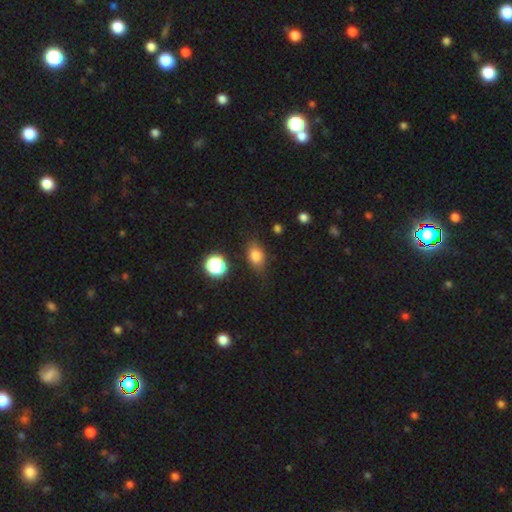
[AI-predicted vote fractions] Smooth or featured?
  - smooth: 79% *
  - star or artifact: 12%
  - featured or disk: 9%
How rounded?
  - in between: 76% *
  - round: 22%
  - cigar-shaped: 3%
Merging?
  - none: 77% *
  - minor disturbance: 16%
  - major disturbance: 4%
  - merger: 2%